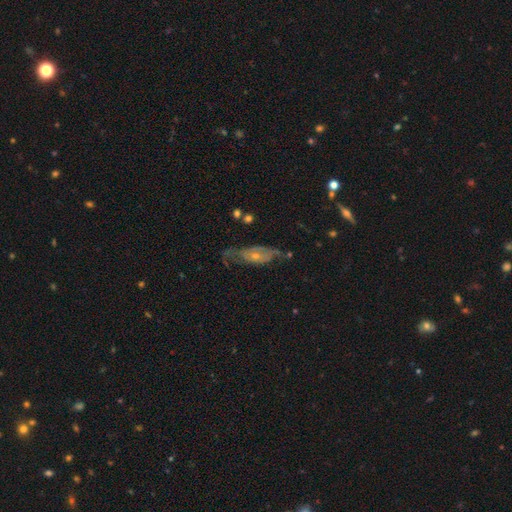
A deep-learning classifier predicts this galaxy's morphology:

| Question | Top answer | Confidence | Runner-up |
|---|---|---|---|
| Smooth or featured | featured or disk | 65% | smooth (25%) |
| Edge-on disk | no | 77% | yes (23%) |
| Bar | no | 77% | weak (18%) |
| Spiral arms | yes | 63% | no (37%) |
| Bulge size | small | 62% | moderate (33%) |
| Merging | none | 50% | minor disturbance (26%) |